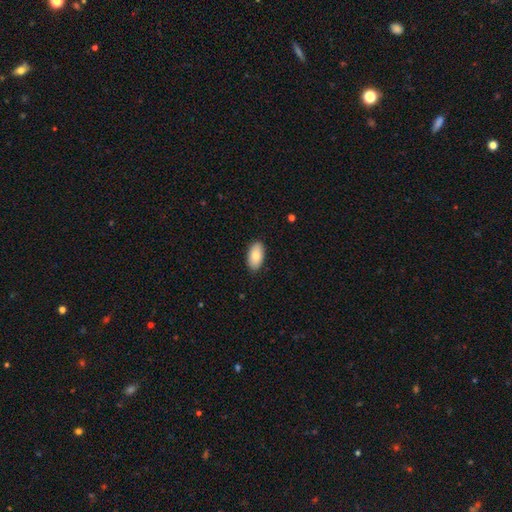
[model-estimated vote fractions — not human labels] smooth 83%, featured or disk 11%, star or artifact 6%. Down the decision tree: how rounded — in between (95%); merging — none (88%).